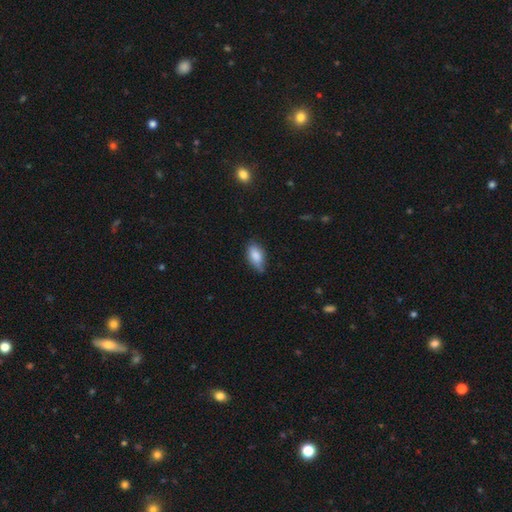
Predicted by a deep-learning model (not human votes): The model was most divided on "merging": none: 60%, minor disturbance: 33%, major disturbance: 5%, merger: 2%. More confident: how rounded — in between (89%); smooth or featured — smooth (81%).